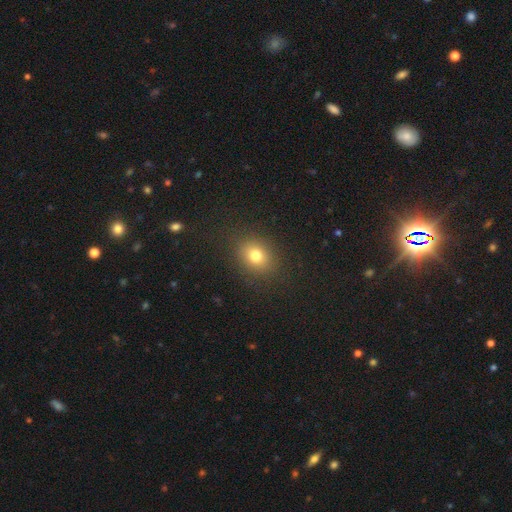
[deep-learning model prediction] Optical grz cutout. It shows a smooth galaxy with no disk features (77%) that is round (59%). Merging: none (87%).